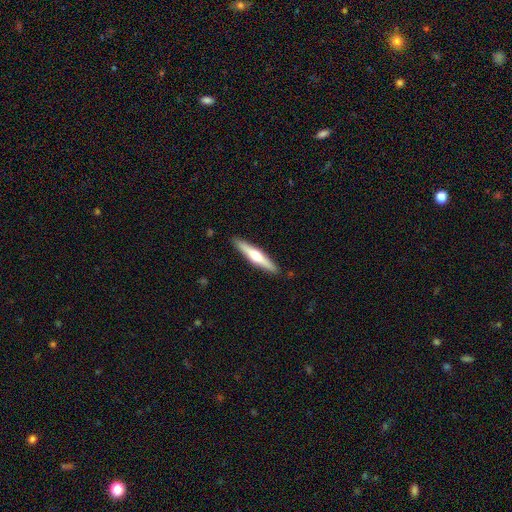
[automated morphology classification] type=featured or disk (54%); edge-on=yes (96%); edge-on bulge=rounded (89%); merging=none (90%).